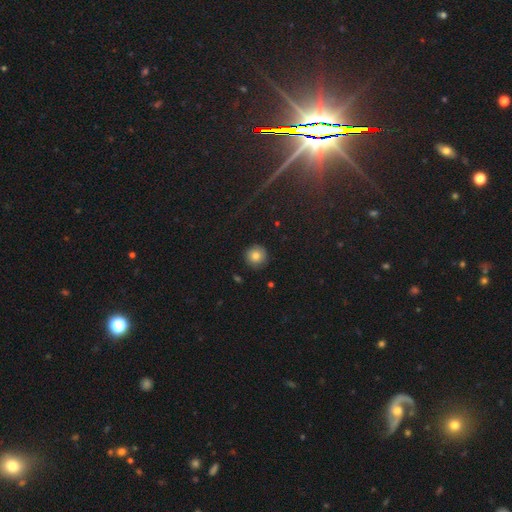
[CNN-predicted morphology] This is likely a smooth galaxy (80%). How rounded: clearly round (95%). Merging: clearly none (89%).